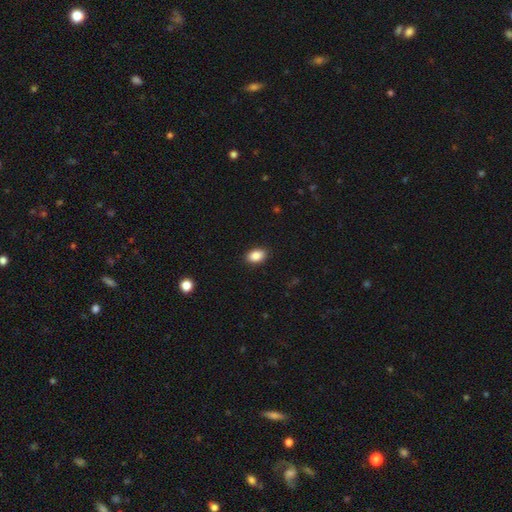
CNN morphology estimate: Smooth or featured: smooth — 88% (star or artifact — 8%)
How rounded: in between — 85% (round — 13%)
Merging: none — 89% (minor disturbance — 8%)